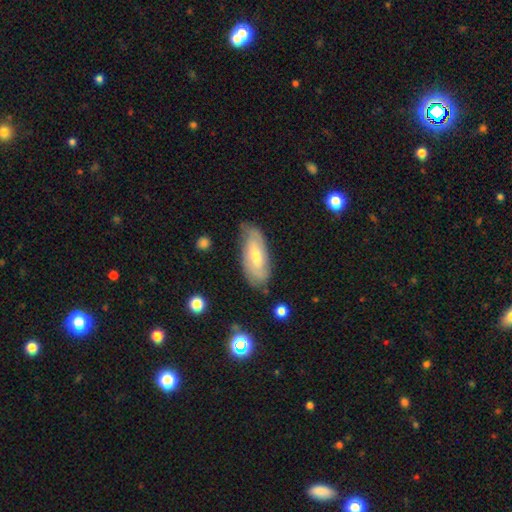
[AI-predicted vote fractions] Overall: featured or disk (54%; smooth 39%). Edge-on disk: no (85%). Merging: none (73%).